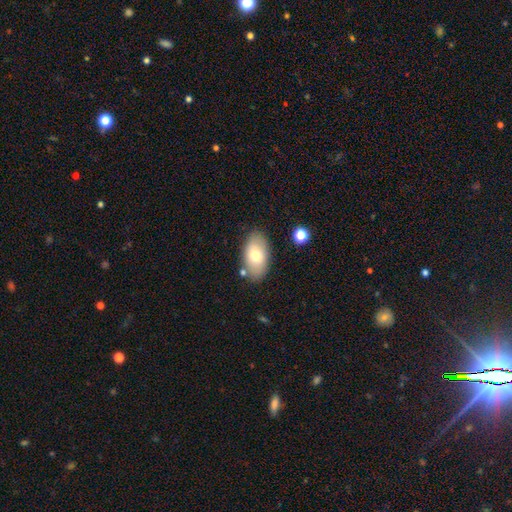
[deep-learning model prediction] smooth_or_featured: smooth (p=0.70) [alt: featured or disk p=0.23]
how_rounded: in between (p=0.93) [alt: round p=0.05]
merging: none (p=0.80) [alt: minor disturbance p=0.13]